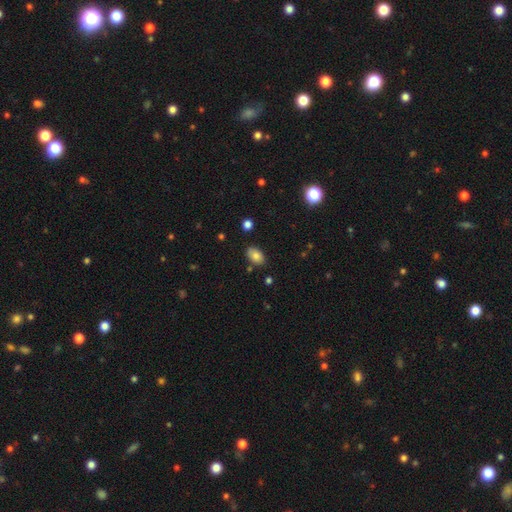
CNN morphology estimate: Q: Smooth or featured?
A: smooth (81%); runner-up: featured or disk (10%)
Q: How rounded?
A: in between (90%); runner-up: round (9%)
Q: Merging?
A: none (82%); runner-up: minor disturbance (12%)